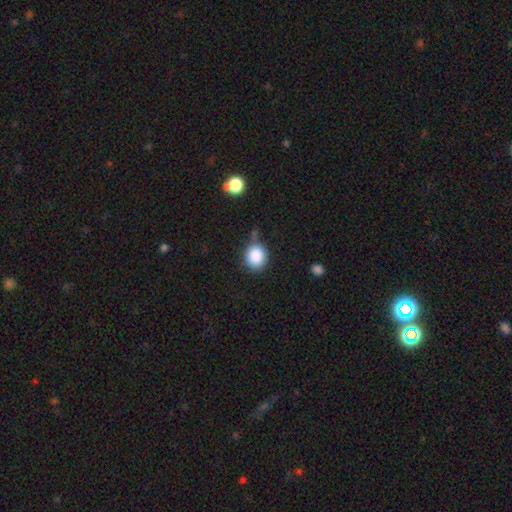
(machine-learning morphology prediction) type=smooth (87%); roundness=round (74%); merging=none (64%).